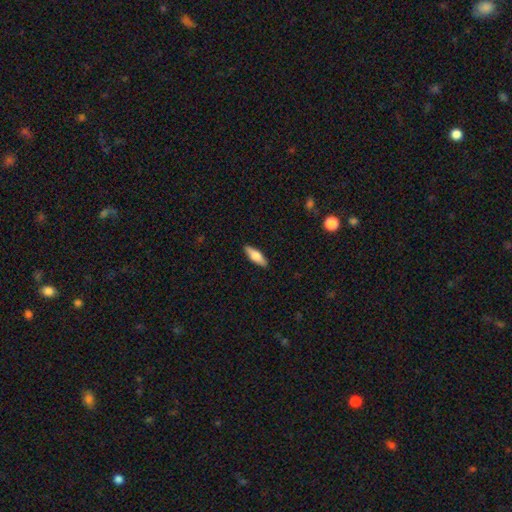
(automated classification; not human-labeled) This is likely a smooth galaxy (64%). How rounded: possibly in between (57%). Merging: clearly none (89%).